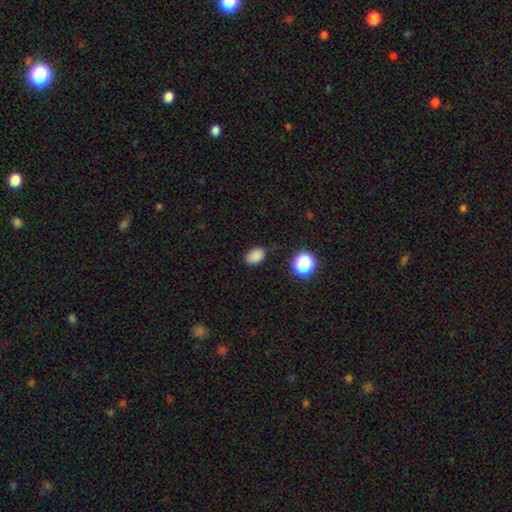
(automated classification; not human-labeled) A smooth galaxy with no disk features (83%) that is in between round and cigar-shaped (82%).

Vote fractions:
- Smooth or featured? smooth: 83% / star or artifact: 13% / featured or disk: 4%
- How rounded? in between: 82% / round: 17% / cigar-shaped: 1%
- Merging? none: 82% / minor disturbance: 13% / major disturbance: 3% / merger: 2%